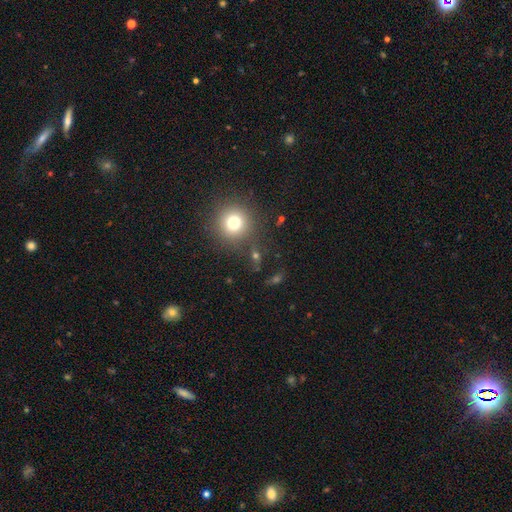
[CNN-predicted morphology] This appears to be a smooth galaxy with no disk features (55%) that is round (83%). Merging: none (80%).